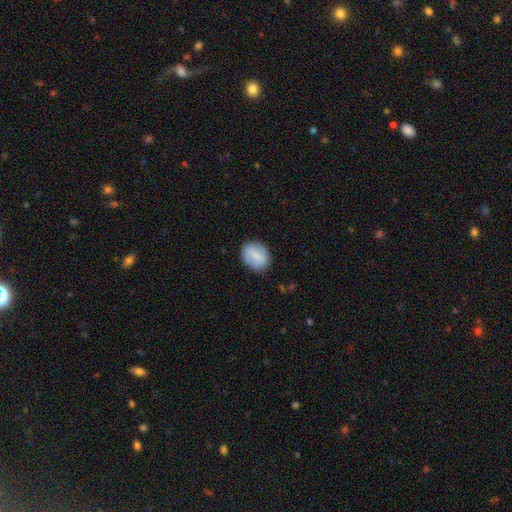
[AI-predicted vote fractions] This is likely a smooth galaxy (74%). How rounded: possibly in between (58%). Merging: clearly none (81%).